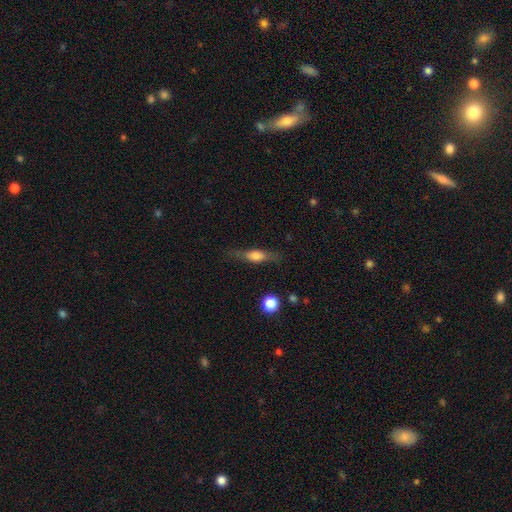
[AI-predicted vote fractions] This is possibly a featured or disk galaxy (46%, tied with smooth). Merging: likely none (74%).